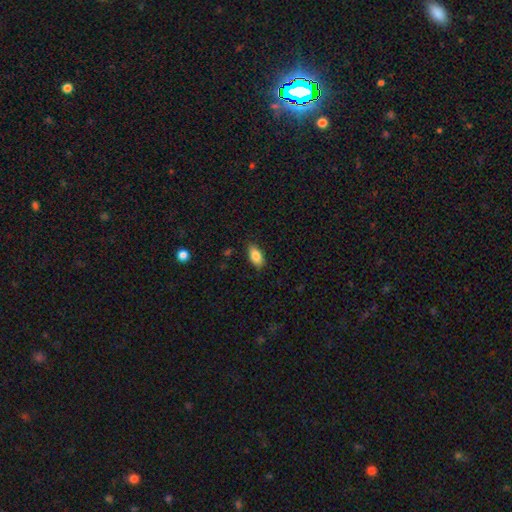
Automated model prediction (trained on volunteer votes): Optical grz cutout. It shows a smooth galaxy with no disk features (83%) that is in between round and cigar-shaped (90%). Merging: none (85%).